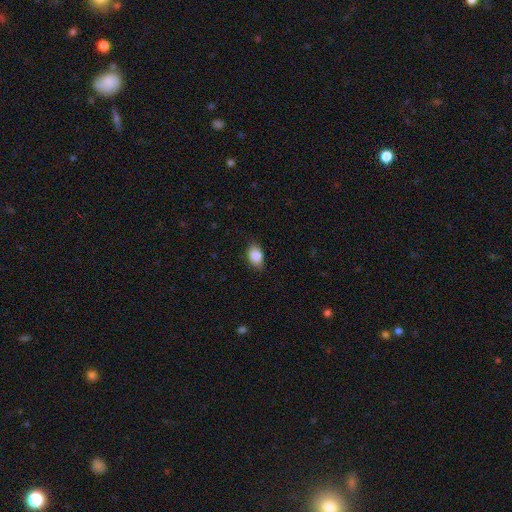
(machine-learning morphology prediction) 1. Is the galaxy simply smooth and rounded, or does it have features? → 87% smooth, 7% star or artifact, 6% featured or disk.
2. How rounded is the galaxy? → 86% in between, 12% round, 2% cigar-shaped.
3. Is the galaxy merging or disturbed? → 83% none, 13% minor disturbance, 3% major disturbance, 1% merger.